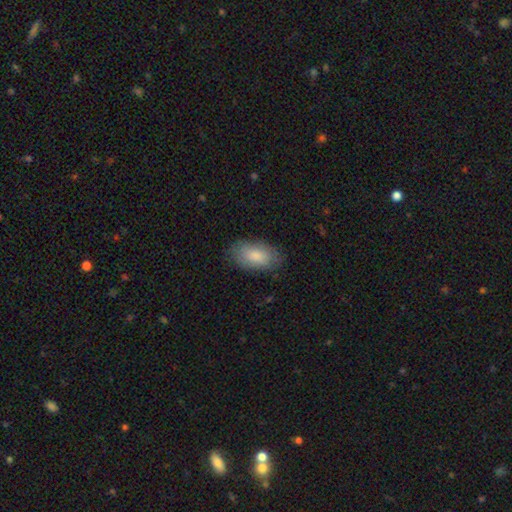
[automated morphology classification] This appears to be a smooth galaxy with no disk features (83%) that is in between round and cigar-shaped (94%). Merging: none (80%).